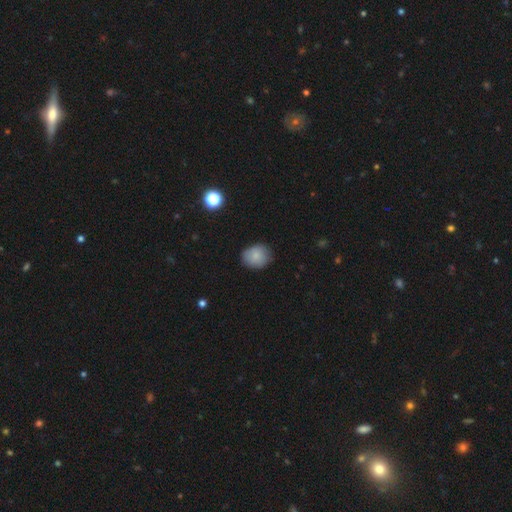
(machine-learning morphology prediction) Q: Smooth or featured?
A: smooth (84%); runner-up: star or artifact (9%)
Q: How rounded?
A: round (60%); runner-up: in between (39%)
Q: Merging?
A: none (81%); runner-up: minor disturbance (15%)